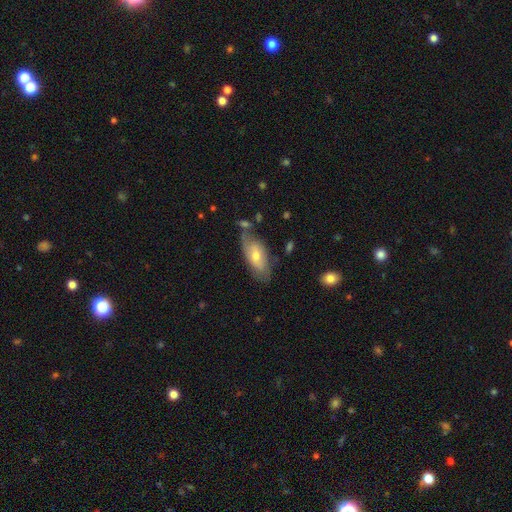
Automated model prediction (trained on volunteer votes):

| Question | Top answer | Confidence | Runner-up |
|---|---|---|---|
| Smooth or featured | smooth | 51% | featured or disk (42%) |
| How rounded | in between | 85% | cigar-shaped (12%) |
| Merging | none | 59% | minor disturbance (26%) |